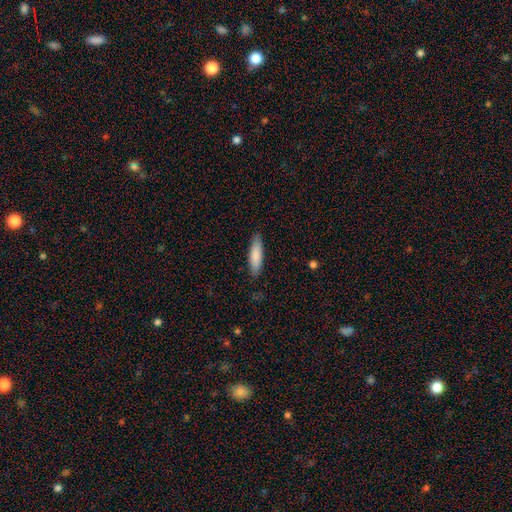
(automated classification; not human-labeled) The model was most divided on "how rounded": cigar-shaped: 61%, in between: 38%, round: 1%. More confident: merging — none (86%); smooth or featured — smooth (86%).